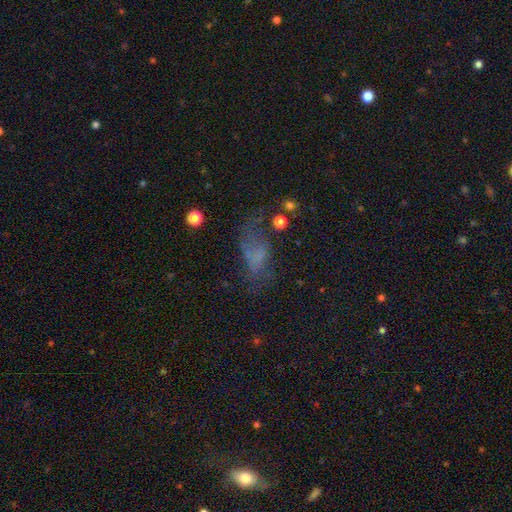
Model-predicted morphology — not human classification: This appears to be a smooth galaxy with no disk features (46%). Merging: none (36%, tied with major disturbance).